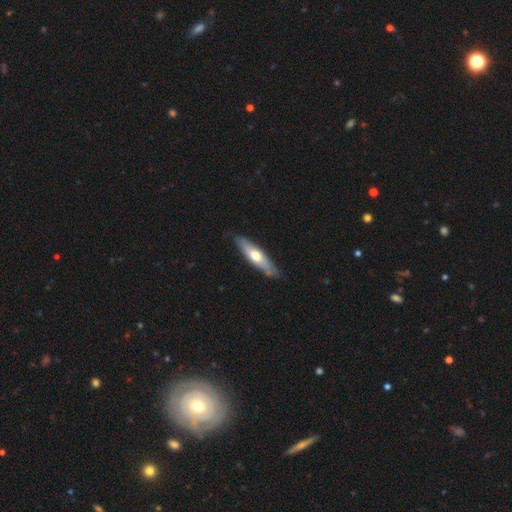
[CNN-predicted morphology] This is possibly a smooth galaxy (50%). How rounded: likely cigar-shaped (69%). Merging: clearly none (82%).